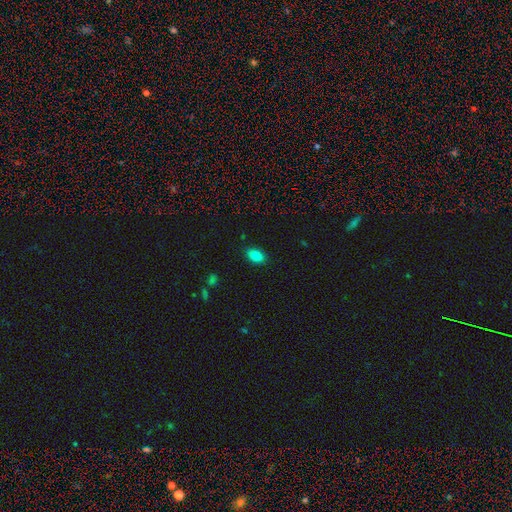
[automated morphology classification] smooth_or_featured: smooth (p=0.86) [alt: star or artifact p=0.09]
how_rounded: in between (p=0.90) [alt: round p=0.07]
merging: none (p=0.87) [alt: minor disturbance p=0.09]